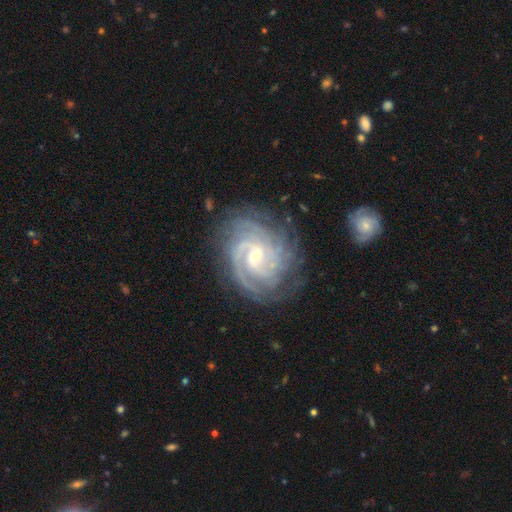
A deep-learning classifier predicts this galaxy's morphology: The model was most divided on "bar": no: 44%, weak: 43%, strong: 13%. Remaining: spiral arms — yes (98%); edge-on disk — no (98%); smooth or featured — featured or disk (91%); merging — none (76%); spiral winding — tight (72%); bulge size — small (70%); spiral arm count — 4 (26%).